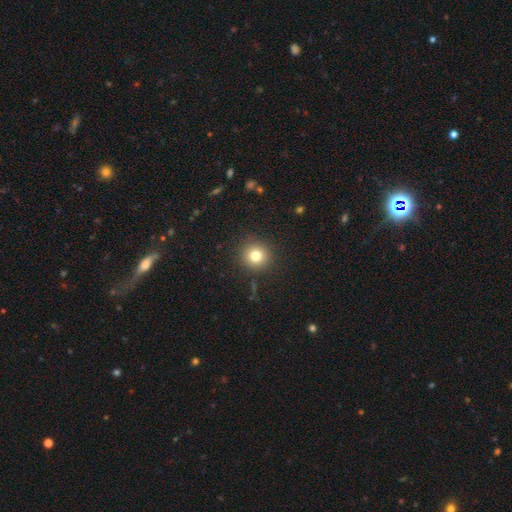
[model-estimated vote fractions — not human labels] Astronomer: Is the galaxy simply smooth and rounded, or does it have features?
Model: smooth — 78%.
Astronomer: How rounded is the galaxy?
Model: round — 94%.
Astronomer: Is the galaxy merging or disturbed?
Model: none — 90%.